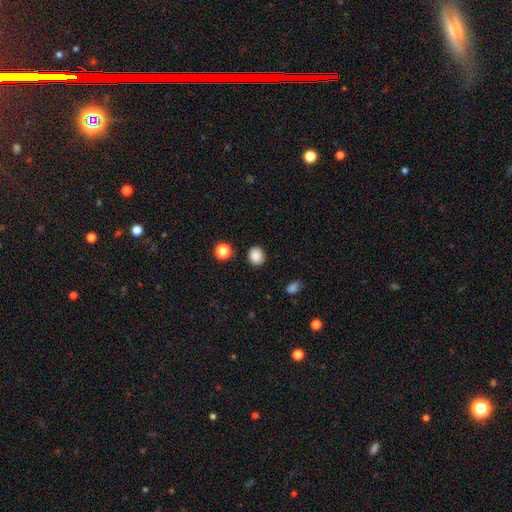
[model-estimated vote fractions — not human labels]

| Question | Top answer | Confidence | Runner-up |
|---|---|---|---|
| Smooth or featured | smooth | 87% | star or artifact (10%) |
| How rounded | round | 71% | in between (28%) |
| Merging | none | 86% | minor disturbance (9%) |